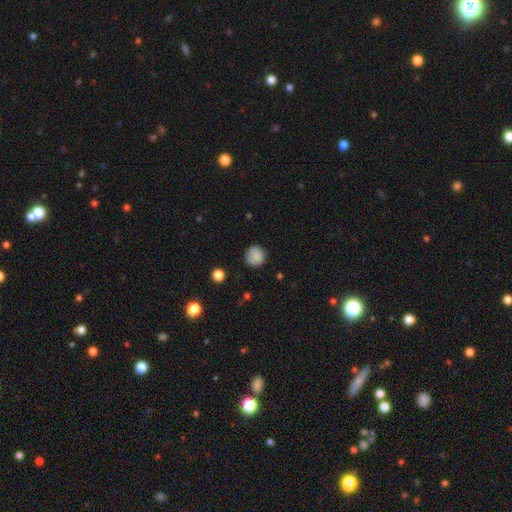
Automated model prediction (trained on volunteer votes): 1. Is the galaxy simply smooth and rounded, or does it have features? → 85% smooth, 9% star or artifact, 6% featured or disk.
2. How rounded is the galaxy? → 91% round, 8% in between, 1% cigar-shaped.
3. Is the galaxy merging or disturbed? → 85% none, 12% minor disturbance, 3% major disturbance, 1% merger.